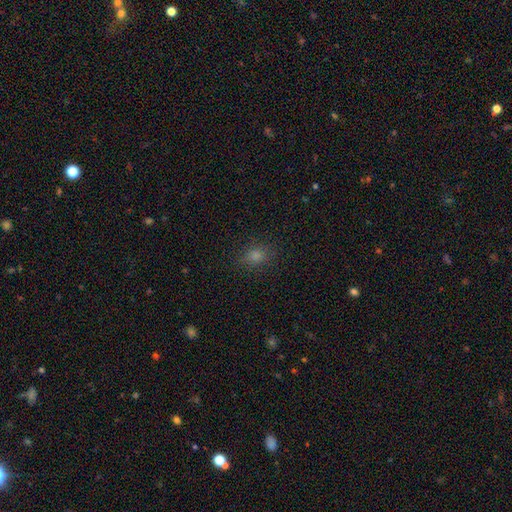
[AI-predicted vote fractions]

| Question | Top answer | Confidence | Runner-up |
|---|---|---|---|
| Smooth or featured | smooth | 79% | star or artifact (15%) |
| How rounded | in between | 53% | round (46%) |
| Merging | none | 84% | minor disturbance (12%) |